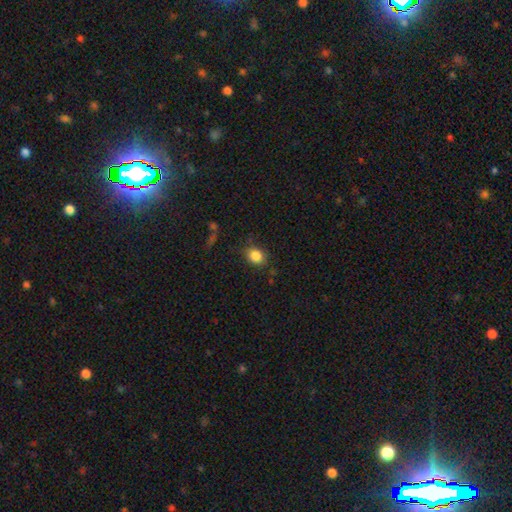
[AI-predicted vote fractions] A smooth galaxy with no disk features (85%) that is round (57%).

Vote fractions:
- Smooth or featured? smooth: 85% / star or artifact: 10% / featured or disk: 5%
- How rounded? round: 57% / in between: 42% / cigar-shaped: 1%
- Merging? none: 79% / minor disturbance: 15% / major disturbance: 4% / merger: 2%